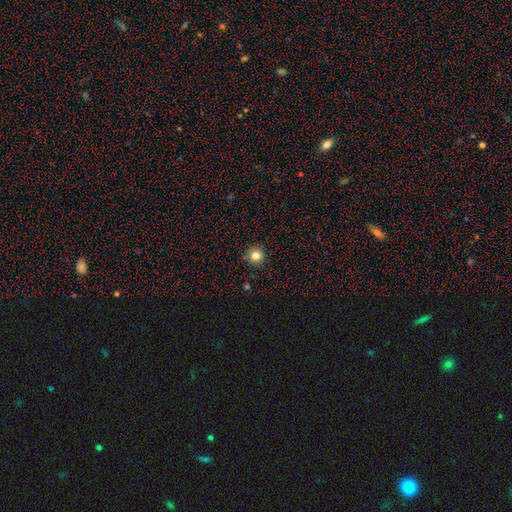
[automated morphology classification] smooth_or_featured: smooth (p=0.80) [alt: star or artifact p=0.13]
how_rounded: round (p=0.95) [alt: in between p=0.04]
merging: none (p=0.91) [alt: minor disturbance p=0.06]